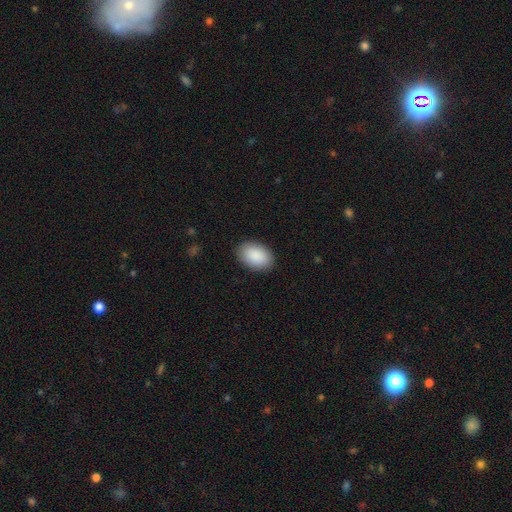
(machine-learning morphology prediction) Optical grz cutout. It shows a smooth galaxy with no disk features (90%) that is in between round and cigar-shaped (89%). Merging: none (89%).